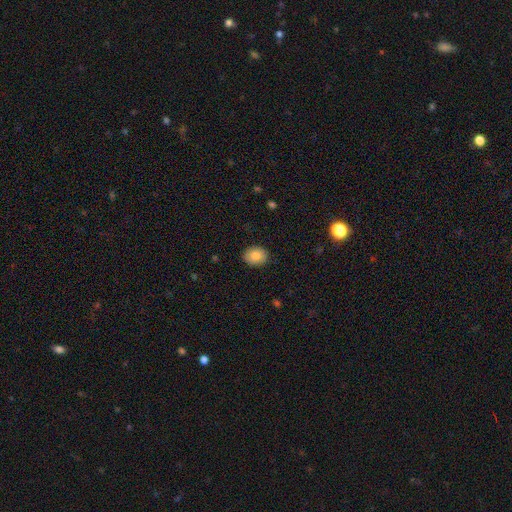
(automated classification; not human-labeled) This appears to be a smooth galaxy with no disk features (84%) that is in between round and cigar-shaped (50%). Merging: none (88%).